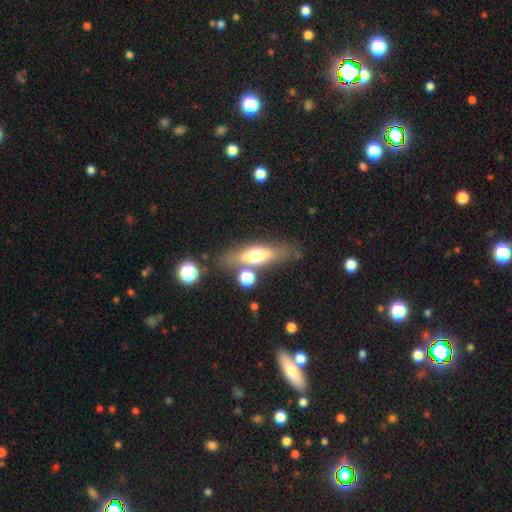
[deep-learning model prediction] This is possibly a smooth galaxy (54%). How rounded: possibly in between (52%). Merging: likely none (68%).